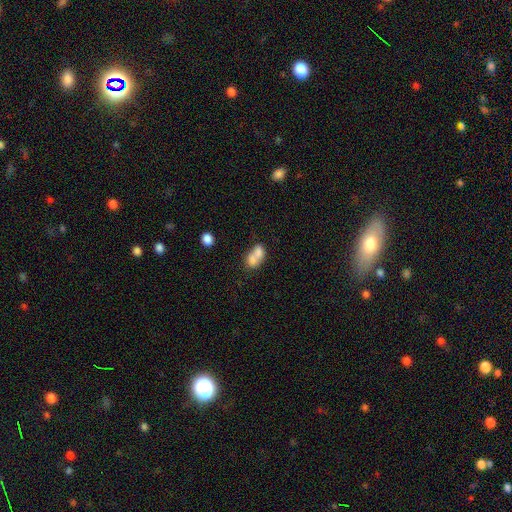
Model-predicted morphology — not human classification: Smooth or featured? Predicted: smooth (p=0.70). How rounded? Predicted: in between (p=0.69). Merging? Predicted: merger (p=0.68).